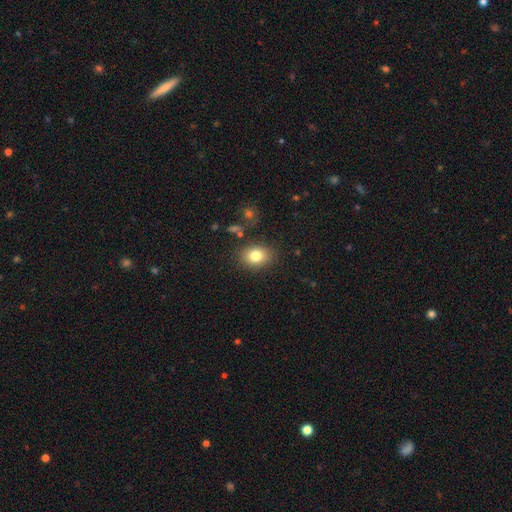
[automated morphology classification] Overall: smooth (80%). How rounded: in between (63%; round 36%). Merging: none (83%).